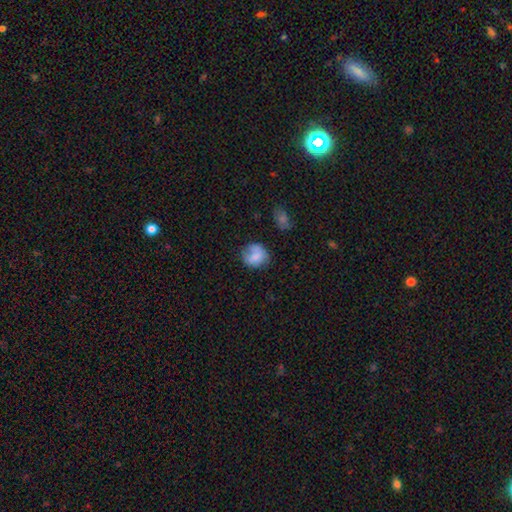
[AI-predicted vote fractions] smooth-or-featured: smooth: 75% | featured or disk: 16% | star or artifact: 9%
  how-rounded: round: 74% | in between: 25% | cigar-shaped: 1%
  merging: none: 58% | minor disturbance: 27% | major disturbance: 11% | merger: 4%